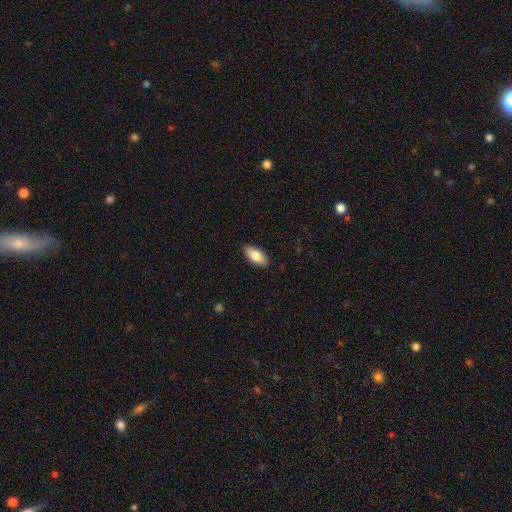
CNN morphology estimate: Smooth or featured?
  - smooth: 82% *
  - featured or disk: 12%
  - star or artifact: 6%
How rounded?
  - in between: 88% *
  - cigar-shaped: 9%
  - round: 2%
Merging?
  - none: 89% *
  - minor disturbance: 8%
  - major disturbance: 2%
  - merger: 1%